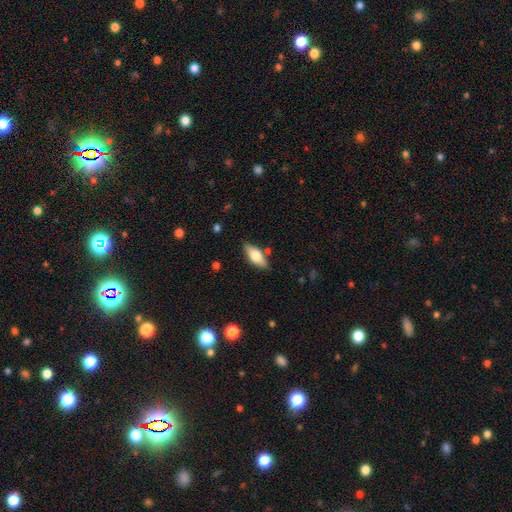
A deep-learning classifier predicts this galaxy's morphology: This appears to be a smooth galaxy with no disk features (68%) that is in between round and cigar-shaped (77%). Merging: none (81%).